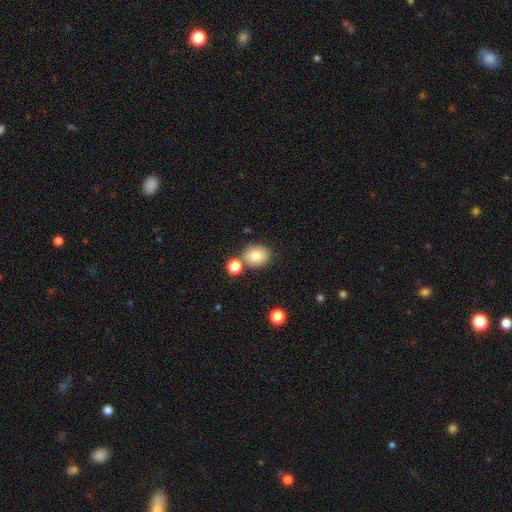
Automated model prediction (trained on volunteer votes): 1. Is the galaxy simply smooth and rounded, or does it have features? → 79% smooth, 10% featured or disk, 10% star or artifact.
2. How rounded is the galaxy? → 69% round, 30% in between, 1% cigar-shaped.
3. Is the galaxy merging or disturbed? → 73% none, 14% merger, 10% minor disturbance, 3% major disturbance.